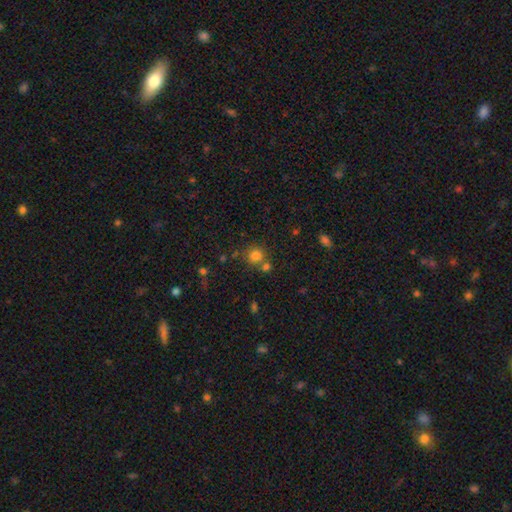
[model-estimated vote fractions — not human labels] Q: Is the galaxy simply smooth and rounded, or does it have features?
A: smooth — 76%.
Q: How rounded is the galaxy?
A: round — 89%.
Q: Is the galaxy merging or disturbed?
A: none — 65%.